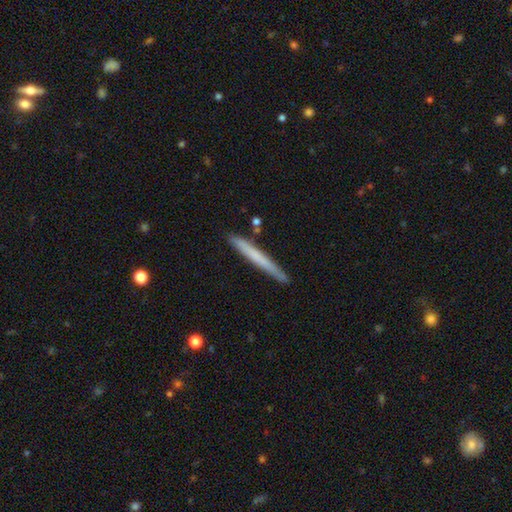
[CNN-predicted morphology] Overall: smooth (60%; featured or disk 34%). How rounded: cigar-shaped (97%). Merging: none (87%).